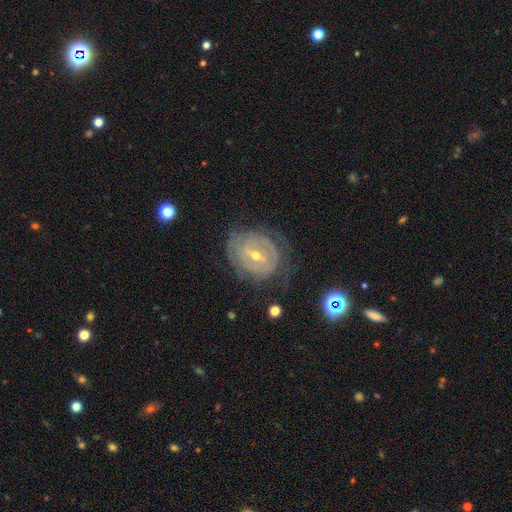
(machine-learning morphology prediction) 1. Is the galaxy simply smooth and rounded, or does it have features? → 82% featured or disk, 12% smooth, 6% star or artifact.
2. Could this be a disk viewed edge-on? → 95% no, 5% yes.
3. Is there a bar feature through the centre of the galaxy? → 46% weak, 36% strong, 18% no.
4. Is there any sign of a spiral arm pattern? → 76% yes, 24% no.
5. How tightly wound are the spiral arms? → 73% tight, 20% medium, 7% loose.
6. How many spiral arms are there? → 49% can't tell, 27% 2, 10% 3, 5% 4, 5% 1, 3% more than 4.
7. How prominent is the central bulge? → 50% small, 47% moderate, 1% large, 1% none, 1% dominant.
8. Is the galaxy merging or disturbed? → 65% none, 21% minor disturbance, 13% major disturbance, 2% merger.